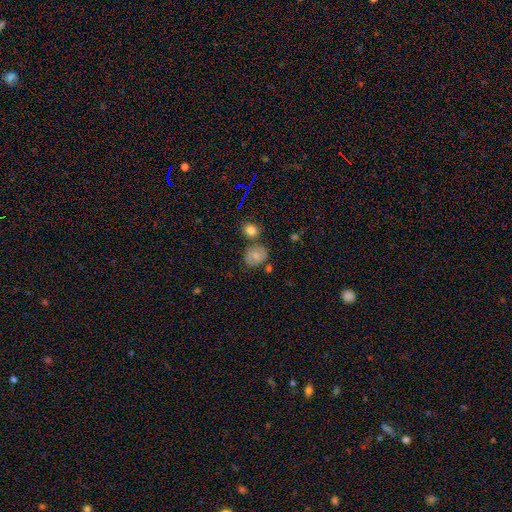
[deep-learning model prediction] Q: Smooth or featured?
A: smooth (71%); runner-up: featured or disk (18%)
Q: How rounded?
A: round (63%); runner-up: in between (36%)
Q: Merging?
A: none (66%); runner-up: minor disturbance (16%)